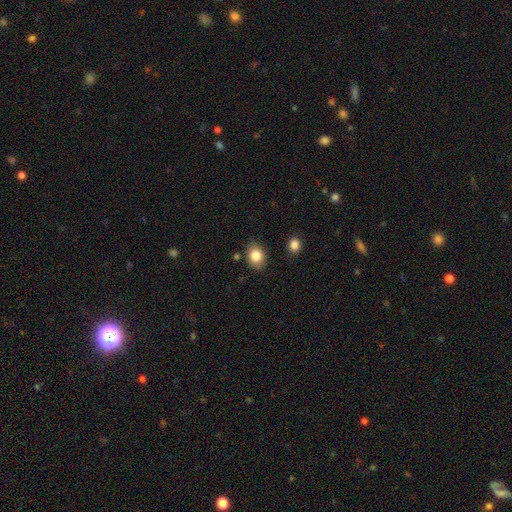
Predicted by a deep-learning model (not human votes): Smooth or featured: smooth — 84% (star or artifact — 8%)
How rounded: in between — 68% (round — 31%)
Merging: none — 81% (minor disturbance — 13%)